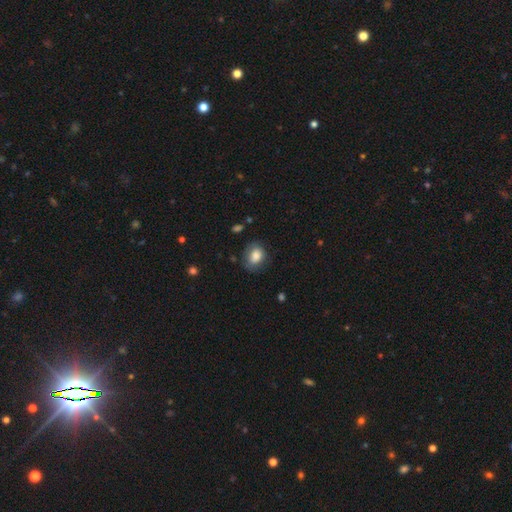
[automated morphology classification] Smooth or featured: smooth — 81% (featured or disk — 11%)
How rounded: in between — 56% (round — 43%)
Merging: none — 68% (minor disturbance — 22%)